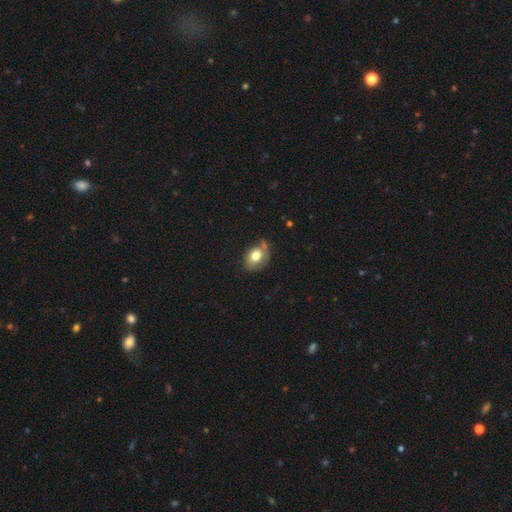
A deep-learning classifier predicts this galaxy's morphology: This appears to be a smooth galaxy with no disk features (76%) that is in between round and cigar-shaped (70%). Merging: none (56%).